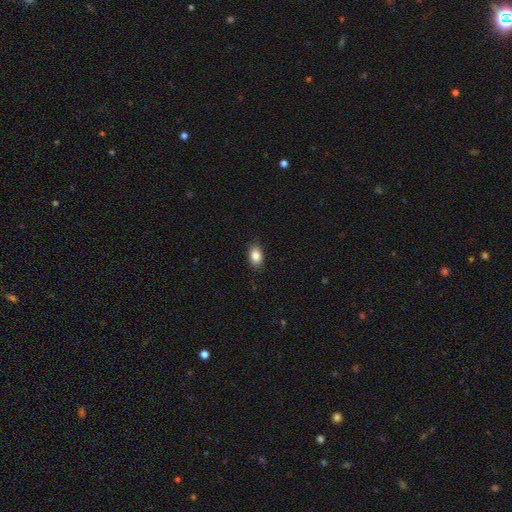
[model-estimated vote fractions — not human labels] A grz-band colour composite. It shows a smooth galaxy with no disk features (86%) that is in between round and cigar-shaped (87%). Merging: none (86%).